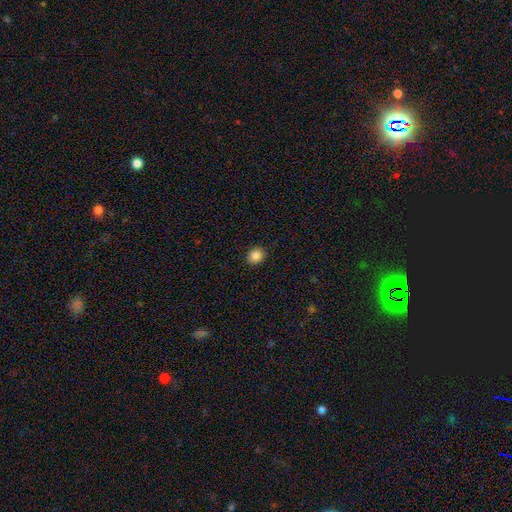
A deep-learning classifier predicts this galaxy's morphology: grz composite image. It shows a smooth galaxy with no disk features (86%) that is round (71%). Merging: none (90%).